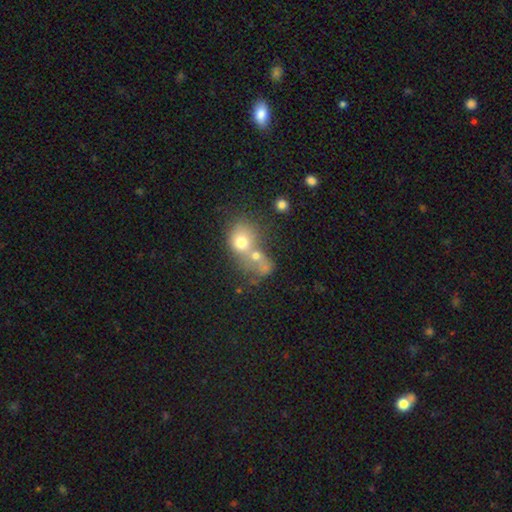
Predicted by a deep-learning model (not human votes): This appears to be a smooth galaxy with no disk features (64%) that is round (64%). Merging: merger (71%).